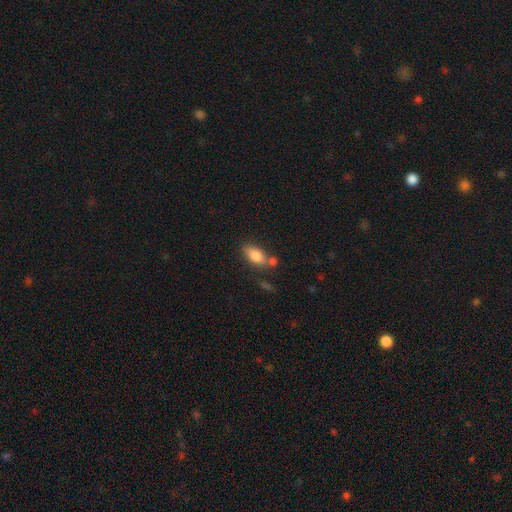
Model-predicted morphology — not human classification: smooth 83%, featured or disk 9%, star or artifact 8%. Down the decision tree: how rounded — in between (89%); merging — none (56%).